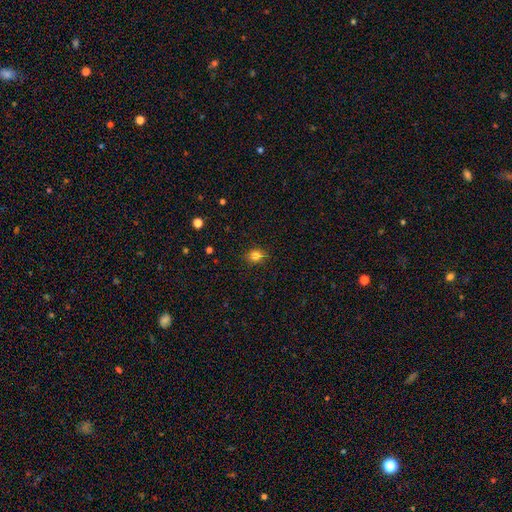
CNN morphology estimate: This appears to be a smooth galaxy with no disk features (83%) that is round (53%). Merging: none (86%).